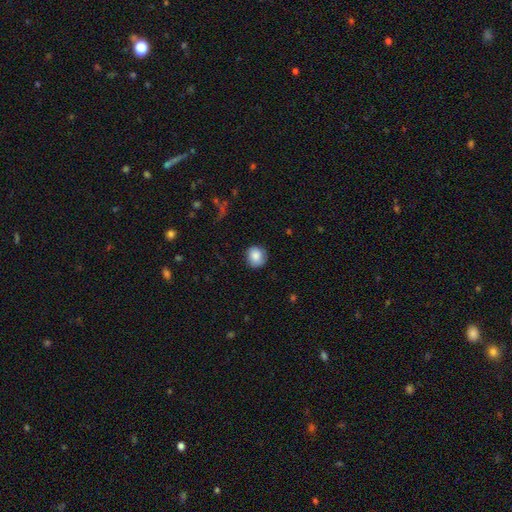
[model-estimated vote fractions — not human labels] A smooth galaxy with no disk features (85%) that is round (86%). Merging: none (81%).